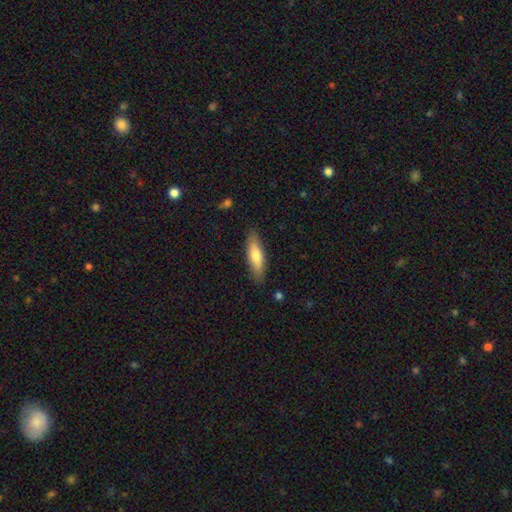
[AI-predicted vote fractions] smooth 68%, featured or disk 27%, star or artifact 6%. Down the decision tree: how rounded — cigar-shaped (59%); merging — none (86%).